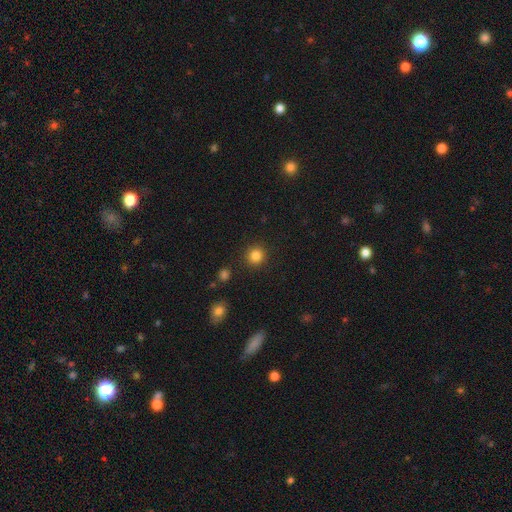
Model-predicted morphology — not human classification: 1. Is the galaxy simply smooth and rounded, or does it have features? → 84% smooth, 11% star or artifact, 4% featured or disk.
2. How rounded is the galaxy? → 92% round, 7% in between, 1% cigar-shaped.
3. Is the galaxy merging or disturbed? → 91% none, 5% minor disturbance, 2% major disturbance, 2% merger.